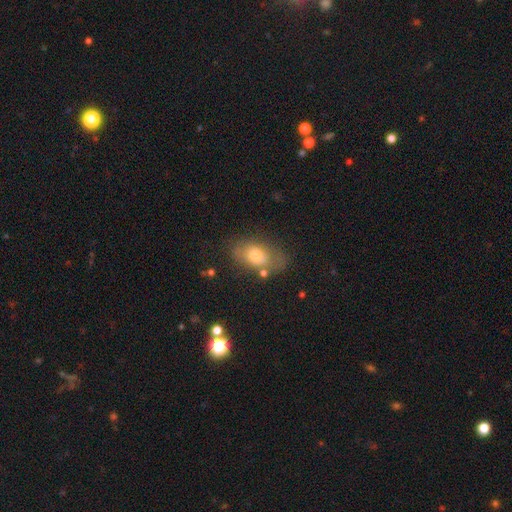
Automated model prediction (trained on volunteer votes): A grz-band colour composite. It shows a smooth galaxy with no disk features (67%) that is in between round and cigar-shaped (84%). Merging: none (65%).